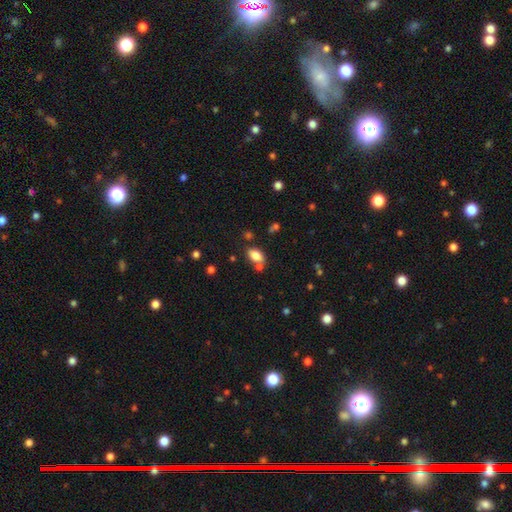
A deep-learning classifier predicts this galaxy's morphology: smooth-or-featured: smooth: 82% | star or artifact: 10% | featured or disk: 8%
  how-rounded: in between: 89% | round: 8% | cigar-shaped: 3%
  merging: none: 63% | merger: 20% | minor disturbance: 13% | major disturbance: 4%